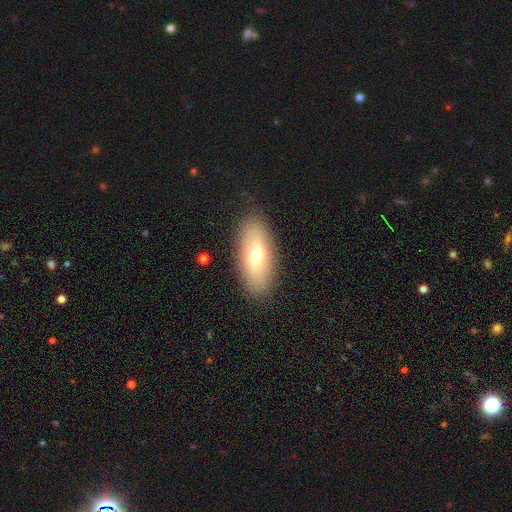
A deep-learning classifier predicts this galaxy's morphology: Smooth or featured? smooth (65%)
How rounded? in between (85%)
Merging? none (86%)